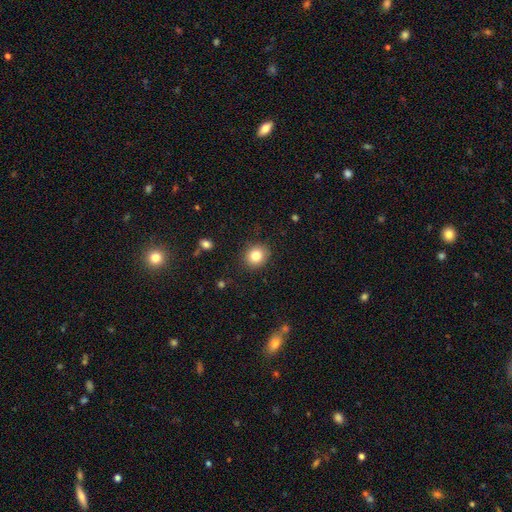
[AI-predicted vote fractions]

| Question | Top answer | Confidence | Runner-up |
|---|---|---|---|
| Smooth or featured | smooth | 82% | star or artifact (10%) |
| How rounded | round | 80% | in between (19%) |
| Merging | none | 89% | minor disturbance (8%) |